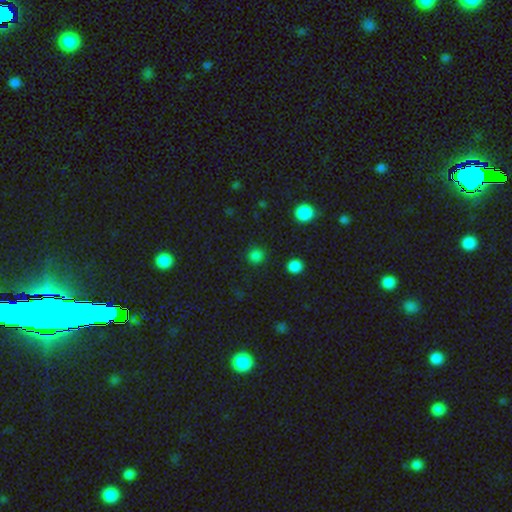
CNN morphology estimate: smooth-or-featured: smooth: 80% | star or artifact: 17% | featured or disk: 3%
  how-rounded: round: 91% | in between: 8% | cigar-shaped: 1%
  merging: none: 88% | minor disturbance: 7% | major disturbance: 3% | merger: 2%